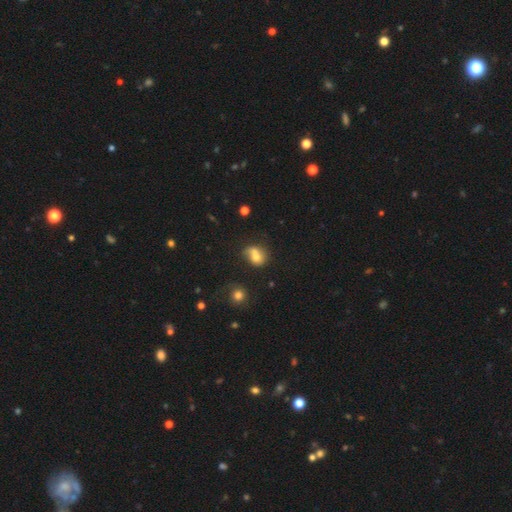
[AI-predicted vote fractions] Smooth or featured?
  - smooth: 67% *
  - featured or disk: 20%
  - star or artifact: 13%
How rounded?
  - in between: 54% *
  - round: 44%
  - cigar-shaped: 2%
Merging?
  - merger: 43% *
  - none: 30%
  - minor disturbance: 16%
  - major disturbance: 11%